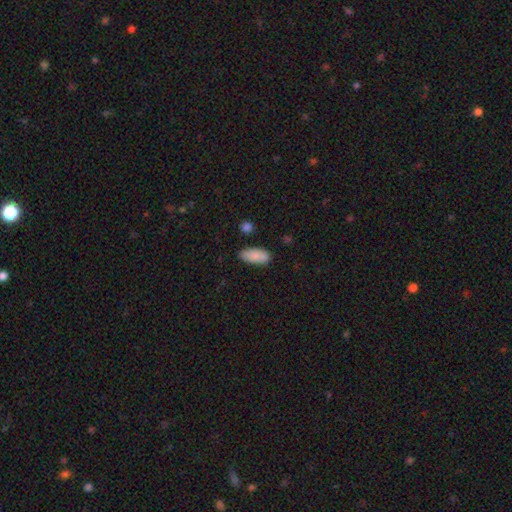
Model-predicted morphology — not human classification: This appears to be a smooth galaxy with no disk features (86%) that is in between round and cigar-shaped (87%). Merging: none (72%).